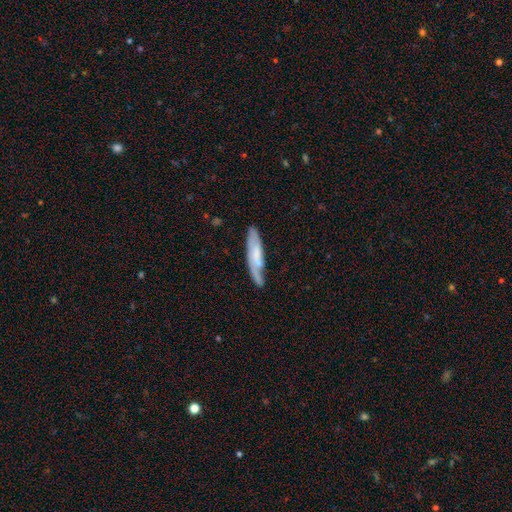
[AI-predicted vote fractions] featured or disk 55%, smooth 39%, star or artifact 6%. Down the decision tree: edge-on disk — no (61%); merging — none (68%).